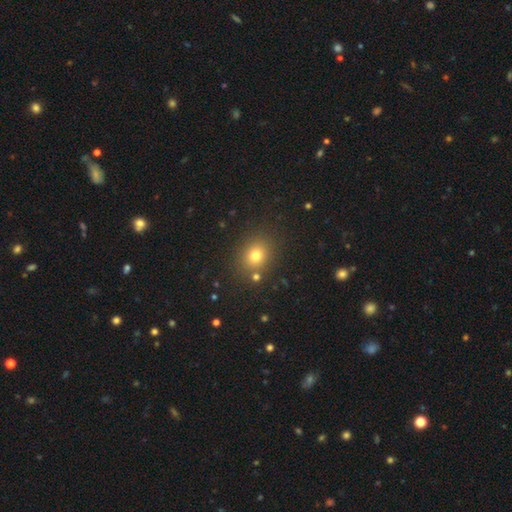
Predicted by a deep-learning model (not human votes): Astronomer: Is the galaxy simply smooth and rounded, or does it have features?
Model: smooth — 75%.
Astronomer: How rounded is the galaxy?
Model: round — 70%.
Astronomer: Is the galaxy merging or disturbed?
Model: none — 81%.